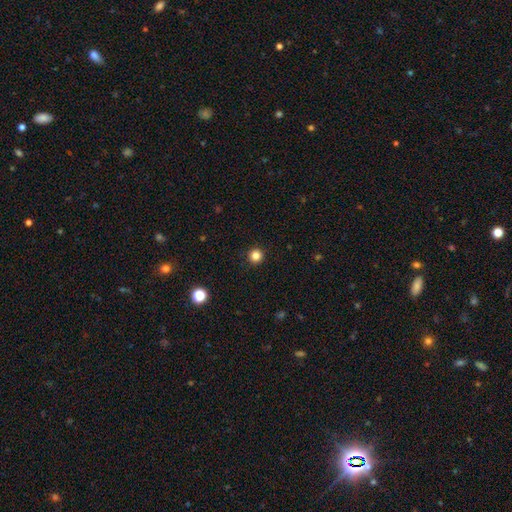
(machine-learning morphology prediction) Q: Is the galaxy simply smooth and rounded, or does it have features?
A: smooth — 83%.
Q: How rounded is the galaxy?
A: round — 96%.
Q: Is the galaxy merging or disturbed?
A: none — 93%.